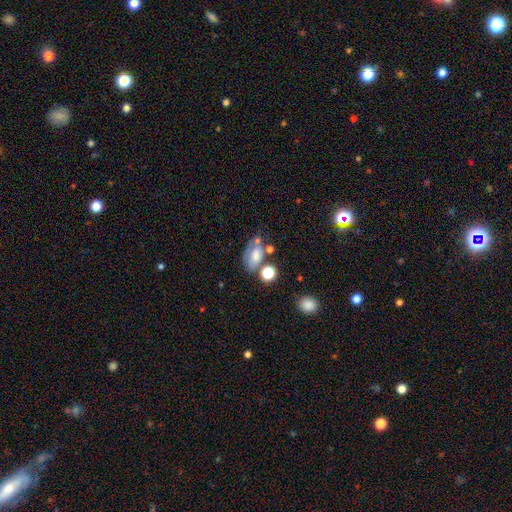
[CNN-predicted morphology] Smooth or featured? Predicted: smooth (p=0.53). How rounded? Predicted: in between (p=0.80). Merging? Predicted: none (p=0.37).